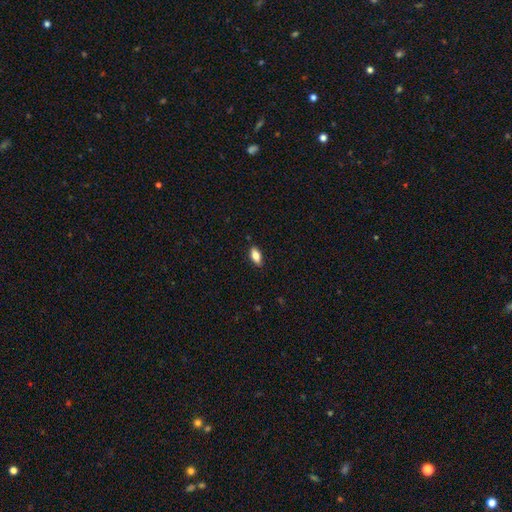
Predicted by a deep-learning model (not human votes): Smooth or featured? smooth (79%)
How rounded? in between (87%)
Merging? none (87%)